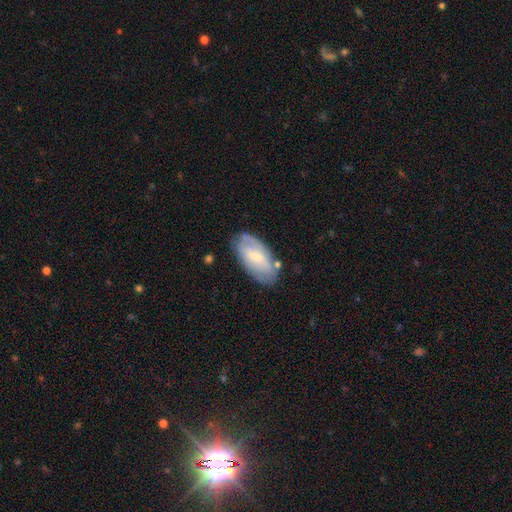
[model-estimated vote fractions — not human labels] A smooth galaxy with no disk features (49%). Merging: none (72%).